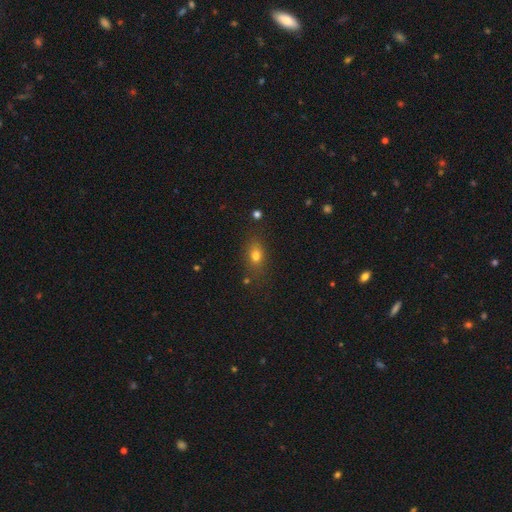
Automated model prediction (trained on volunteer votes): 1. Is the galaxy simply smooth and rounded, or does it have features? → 76% smooth, 14% star or artifact, 11% featured or disk.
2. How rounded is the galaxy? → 70% in between, 25% round, 5% cigar-shaped.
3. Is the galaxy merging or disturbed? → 69% none, 18% minor disturbance, 8% major disturbance, 6% merger.